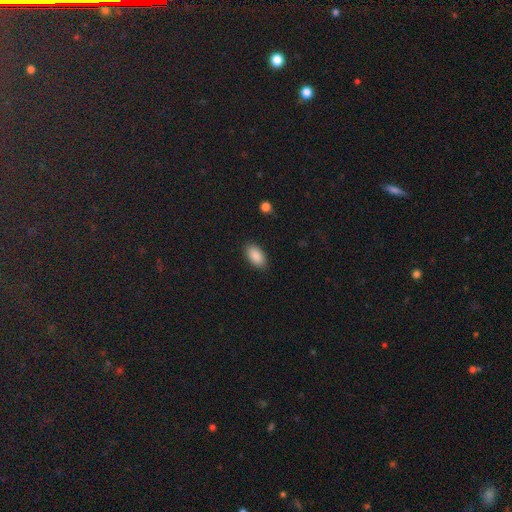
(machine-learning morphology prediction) smooth-or-featured: smooth: 89% | star or artifact: 7% | featured or disk: 4%
  how-rounded: in between: 94% | round: 3% | cigar-shaped: 2%
  merging: none: 88% | minor disturbance: 9% | major disturbance: 2% | merger: 1%